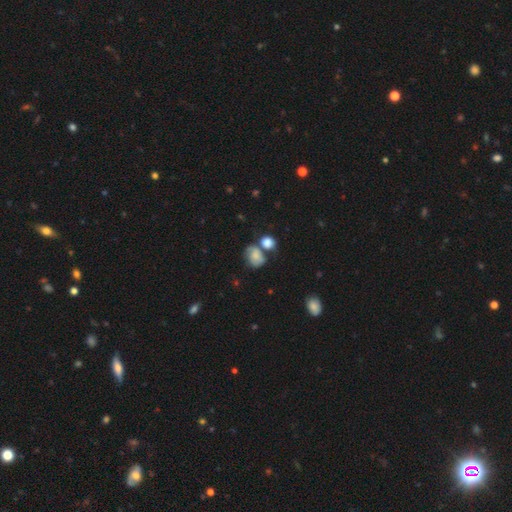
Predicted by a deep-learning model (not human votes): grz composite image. It shows a smooth galaxy with no disk features (63%) that is round (52%). Merging: none (38%).